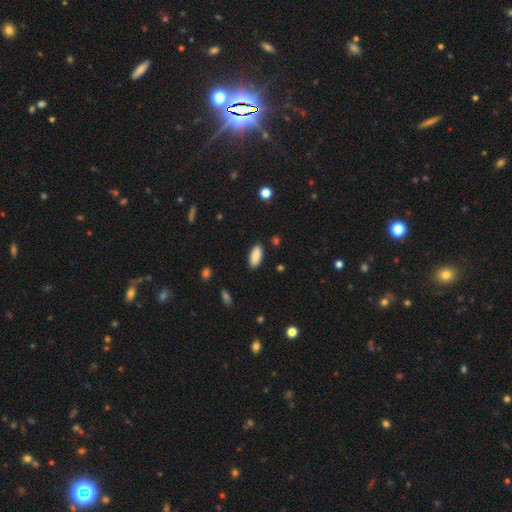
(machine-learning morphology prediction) This appears to be a smooth galaxy with no disk features (86%) that is in between round and cigar-shaped (86%). Merging: none (87%).